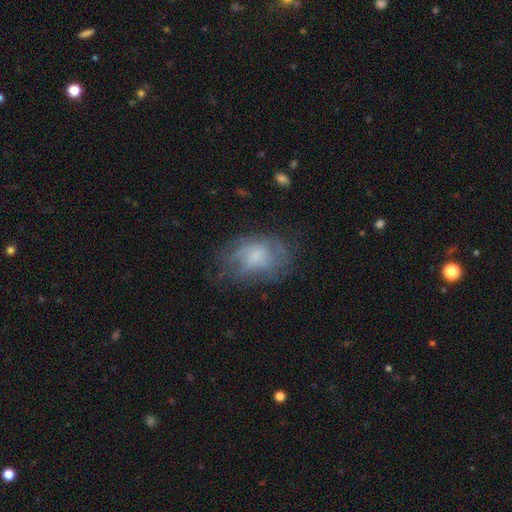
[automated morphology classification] smooth-or-featured: featured or disk: 50% | smooth: 39% | star or artifact: 11%
  disk-edge-on: no: 96% | yes: 4%
  merging: none: 59% | minor disturbance: 23% | major disturbance: 16% | merger: 2%